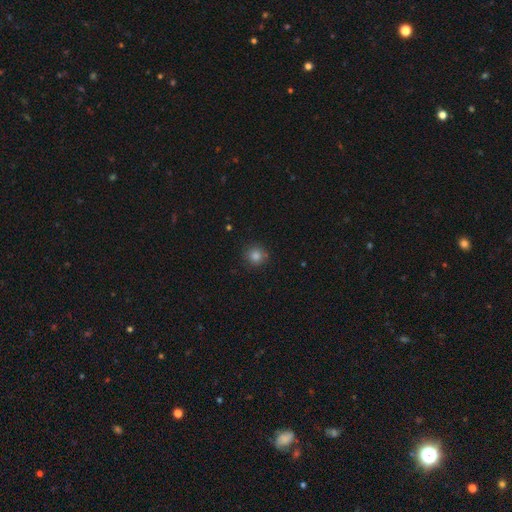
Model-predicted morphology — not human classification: The model was most divided on "smooth or featured": smooth: 83%, star or artifact: 12%, featured or disk: 5%. More confident: how rounded — round (92%); merging — none (88%).